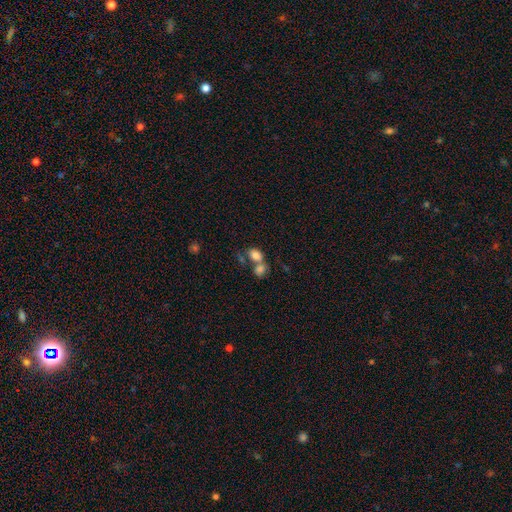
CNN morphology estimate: Smooth or featured?
  - smooth: 79% *
  - featured or disk: 11%
  - star or artifact: 10%
How rounded?
  - in between: 70% *
  - round: 29%
  - cigar-shaped: 1%
Merging?
  - merger: 55% *
  - none: 30%
  - minor disturbance: 9%
  - major disturbance: 5%